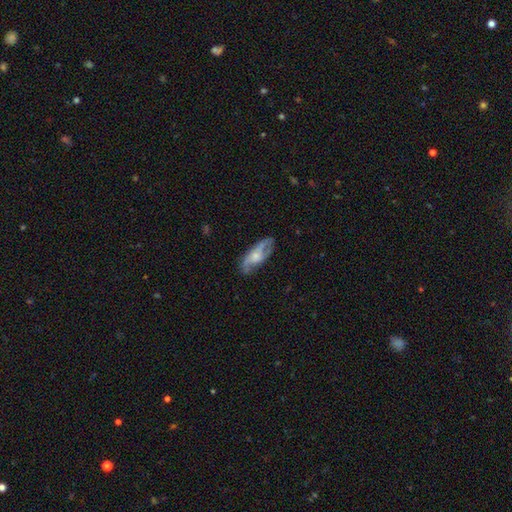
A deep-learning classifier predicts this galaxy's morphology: Q: Smooth or featured?
A: featured or disk (55%); runner-up: smooth (39%)
Q: Edge-on disk?
A: no (82%); runner-up: yes (18%)
Q: Merging?
A: none (64%); runner-up: minor disturbance (24%)